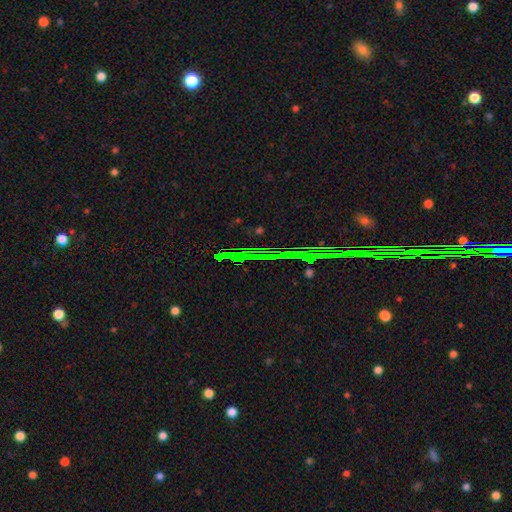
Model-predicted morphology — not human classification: Smooth or featured: star or artifact — 83% (featured or disk — 9%)